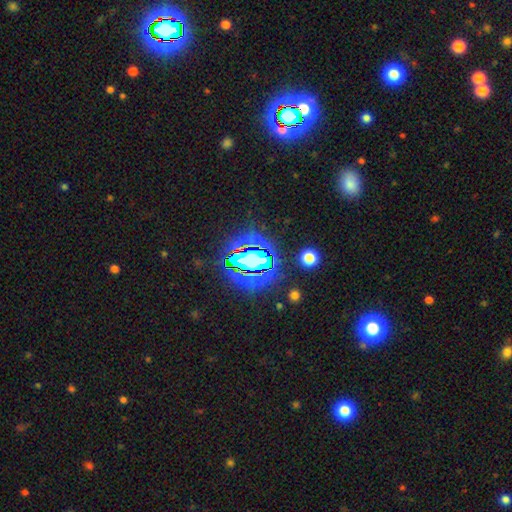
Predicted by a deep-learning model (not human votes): smooth_or_featured: star or artifact (p=0.80) [alt: smooth p=0.11]